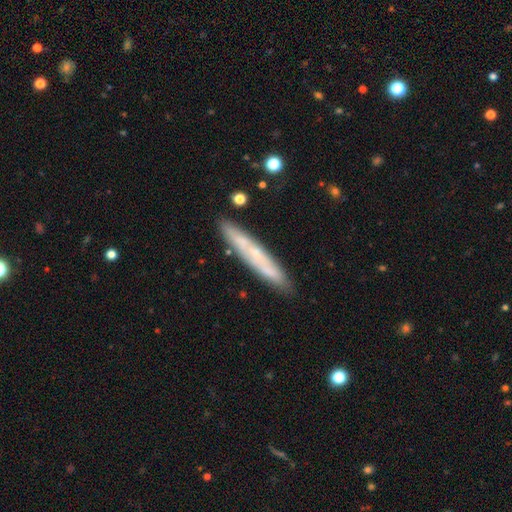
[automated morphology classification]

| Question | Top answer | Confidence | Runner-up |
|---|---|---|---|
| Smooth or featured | featured or disk | 47% | smooth (46%) |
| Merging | none | 85% | minor disturbance (10%) |